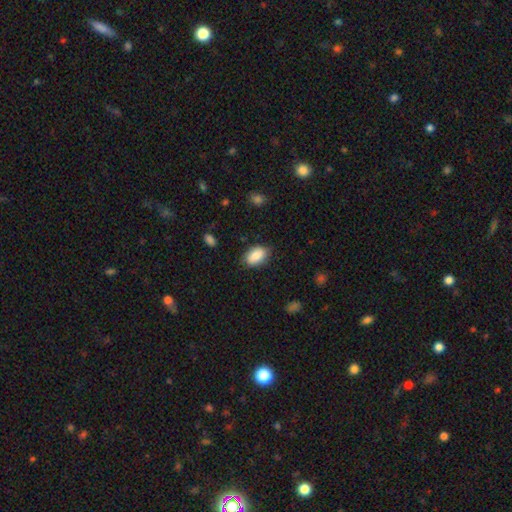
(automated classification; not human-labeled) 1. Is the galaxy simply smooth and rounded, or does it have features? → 83% smooth, 10% featured or disk, 7% star or artifact.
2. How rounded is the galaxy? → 89% in between, 10% round, 1% cigar-shaped.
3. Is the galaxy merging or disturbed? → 80% none, 15% minor disturbance, 3% major disturbance, 1% merger.